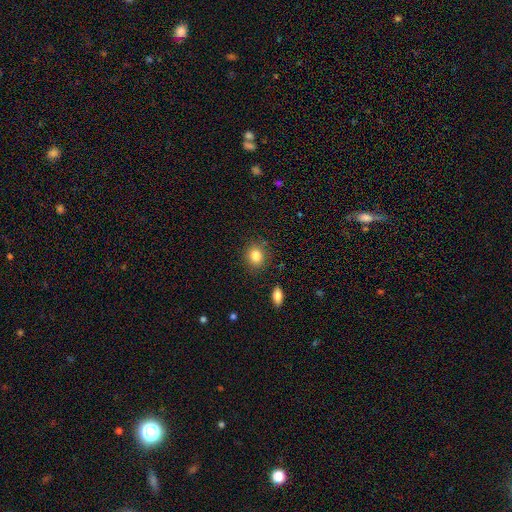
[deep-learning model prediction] Smooth or featured? smooth (84%)
How rounded? round (66%)
Merging? none (85%)